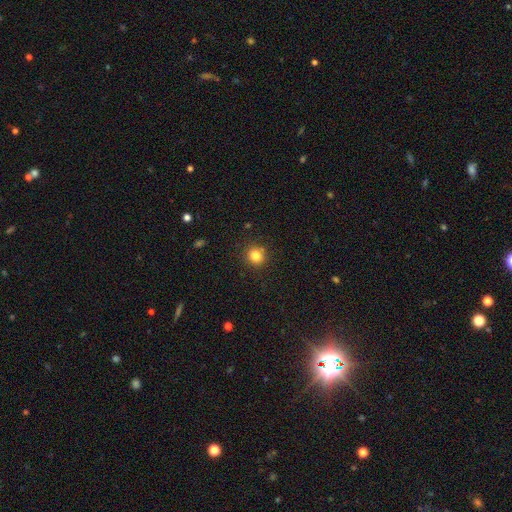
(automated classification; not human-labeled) Smooth or featured? smooth (82%)
How rounded? round (90%)
Merging? none (88%)